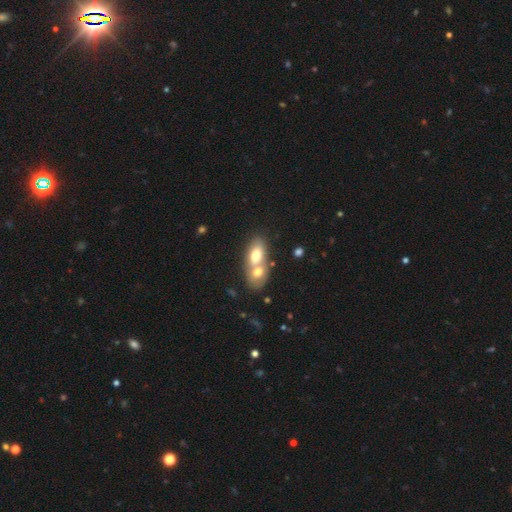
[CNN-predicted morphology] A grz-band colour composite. It shows a smooth galaxy with no disk features (67%) that is in between round and cigar-shaped (84%). Merging: merger (72%).